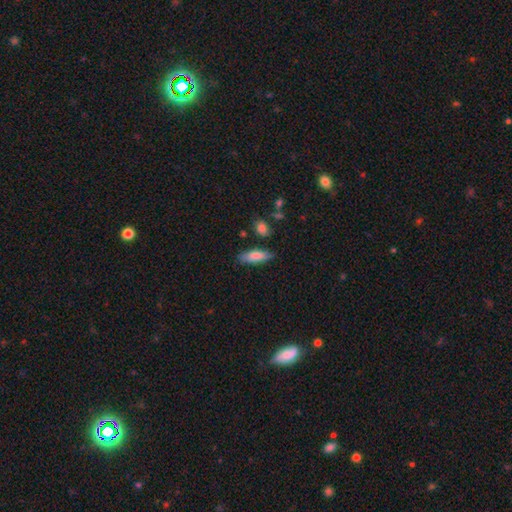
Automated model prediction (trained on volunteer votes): smooth 79%, featured or disk 15%, star or artifact 7%. Down the decision tree: how rounded — in between (52%); merging — none (73%).